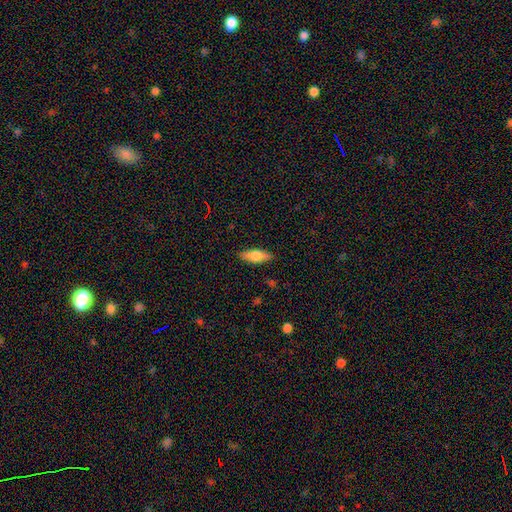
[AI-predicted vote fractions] This appears to be a smooth galaxy with no disk features (63%) that is in between round and cigar-shaped (61%). Merging: none (88%).